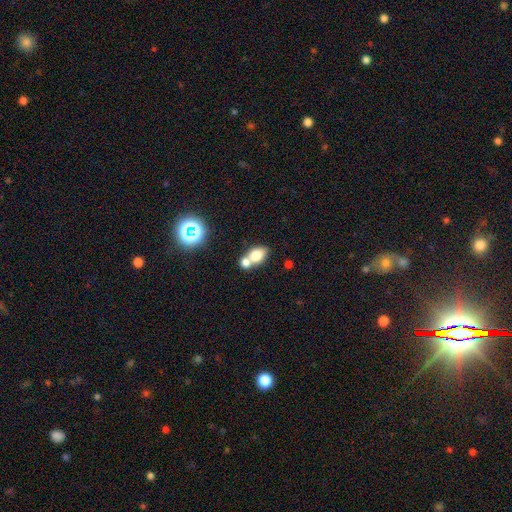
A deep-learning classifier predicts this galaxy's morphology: The model was most divided on "merging": merger: 51%, none: 36%, minor disturbance: 9%, major disturbance: 4%. More confident: how rounded — in between (76%); smooth or featured — smooth (75%).